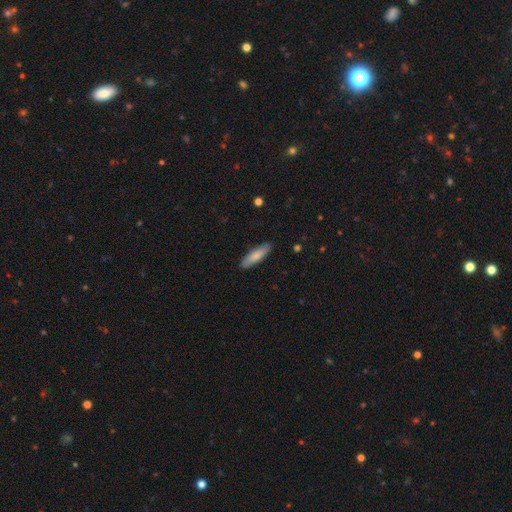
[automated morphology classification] type=smooth (78%); roundness=cigar-shaped (70%); merging=none (88%).